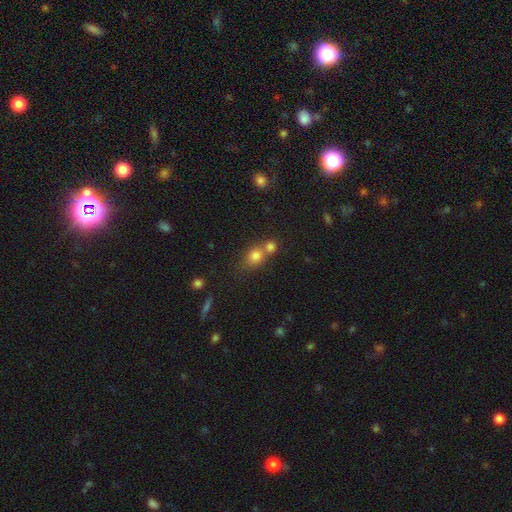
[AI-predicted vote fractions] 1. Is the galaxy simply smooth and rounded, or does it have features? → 78% smooth, 12% star or artifact, 9% featured or disk.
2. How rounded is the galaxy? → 67% round, 31% in between, 2% cigar-shaped.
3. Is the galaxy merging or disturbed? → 50% merger, 39% none, 7% minor disturbance, 3% major disturbance.